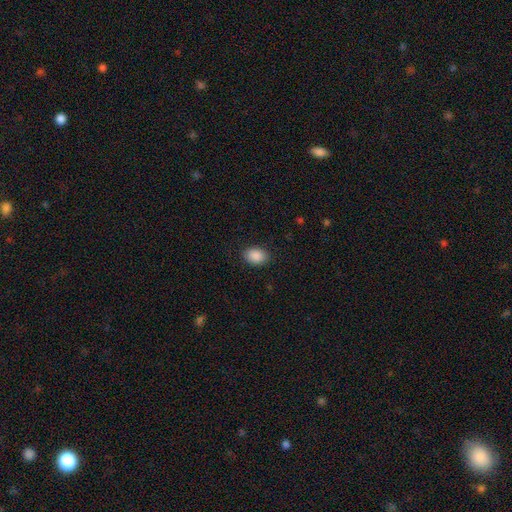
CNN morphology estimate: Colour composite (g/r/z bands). It shows a smooth galaxy with no disk features (90%) that is in between round and cigar-shaped (81%). Merging: none (88%).